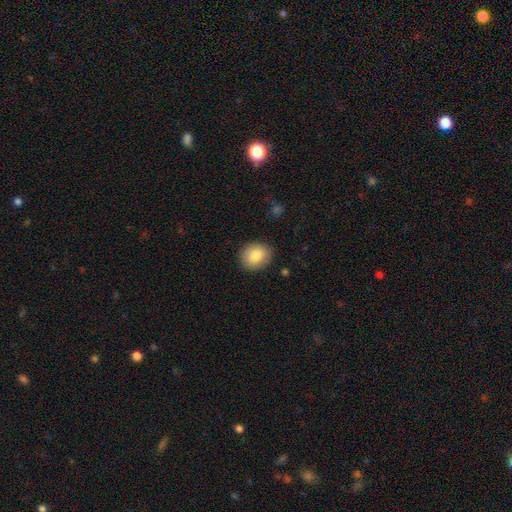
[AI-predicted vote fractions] smooth-or-featured: smooth: 83% | featured or disk: 9% | star or artifact: 8%
  how-rounded: round: 66% | in between: 33% | cigar-shaped: 1%
  merging: none: 88% | minor disturbance: 8% | major disturbance: 2% | merger: 1%